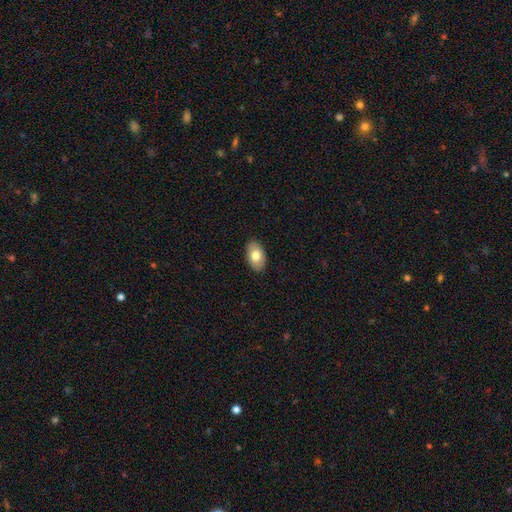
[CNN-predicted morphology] A smooth galaxy with no disk features (76%) that is in between round and cigar-shaped (92%). Merging: none (89%).